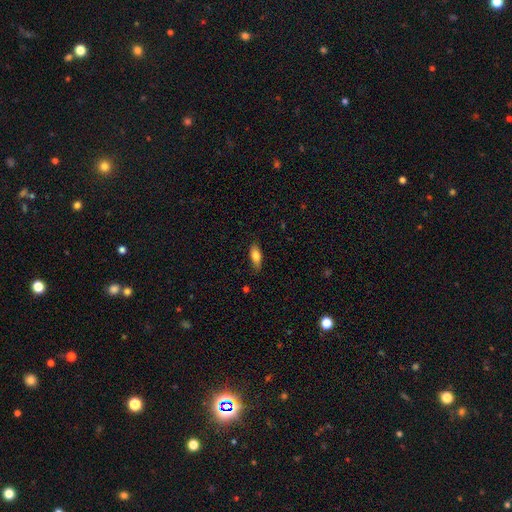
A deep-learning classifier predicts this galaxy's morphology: smooth 81%, featured or disk 12%, star or artifact 7%. Down the decision tree: how rounded — in between (74%); merging — none (81%).